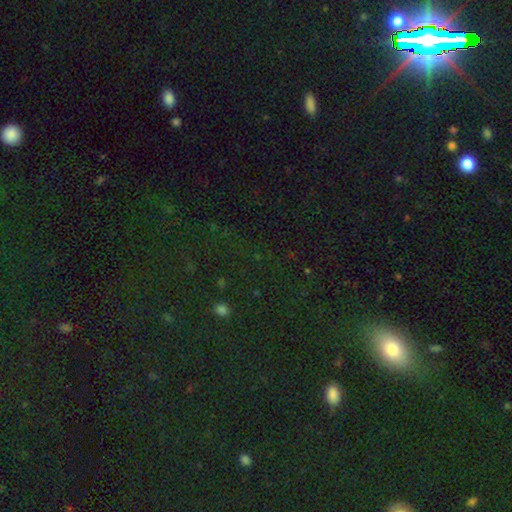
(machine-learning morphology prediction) Smooth or featured: star or artifact — 55% (smooth — 33%)